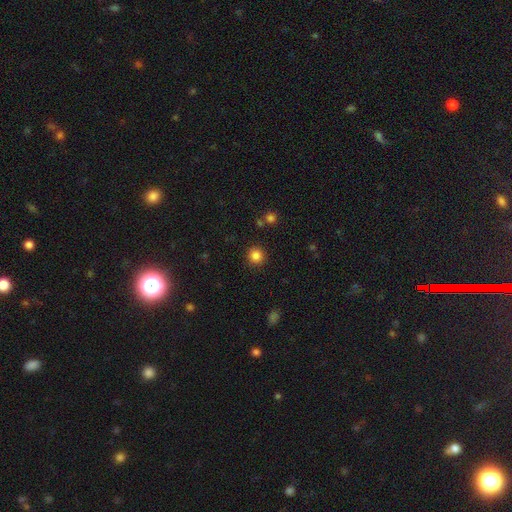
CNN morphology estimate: A smooth galaxy with no disk features (84%) that is round (93%).

Vote fractions:
- Smooth or featured? smooth: 84% / star or artifact: 12% / featured or disk: 4%
- How rounded? round: 93% / in between: 7% / cigar-shaped: 1%
- Merging? none: 90% / minor disturbance: 6% / major disturbance: 2% / merger: 2%